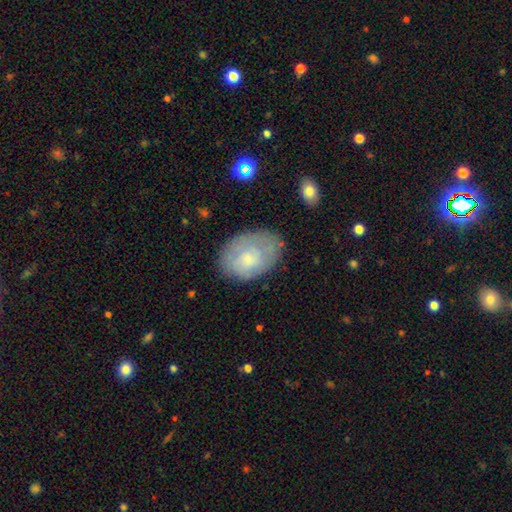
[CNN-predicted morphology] Smooth or featured: smooth — 59% (featured or disk — 34%)
How rounded: in between — 82% (round — 17%)
Merging: none — 71% (minor disturbance — 21%)